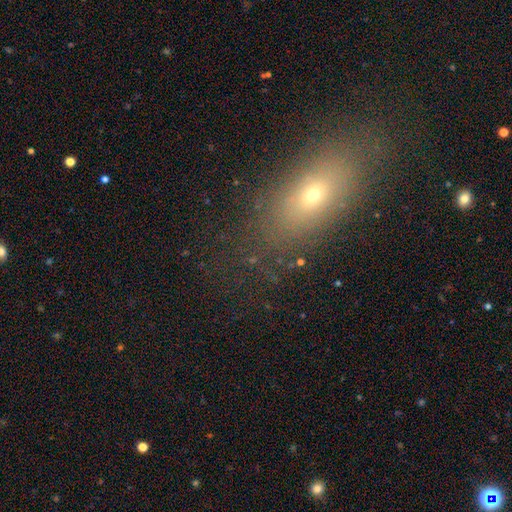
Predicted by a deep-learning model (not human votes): smooth_or_featured: smooth (p=0.60) [alt: star or artifact p=0.21]
how_rounded: in between (p=0.71) [alt: cigar-shaped p=0.16]
merging: none (p=0.80) [alt: minor disturbance p=0.11]